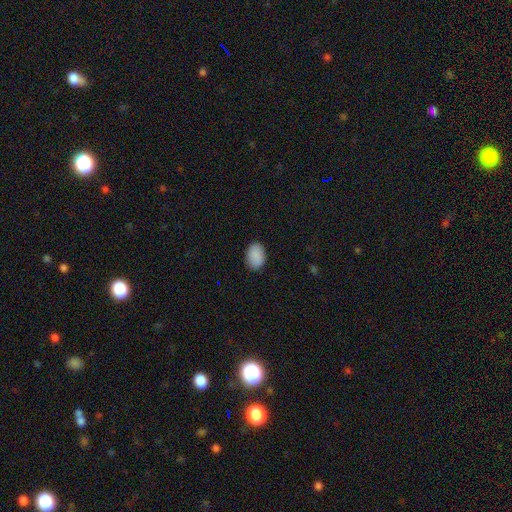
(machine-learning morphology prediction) smooth-or-featured: smooth: 90% | star or artifact: 7% | featured or disk: 3%
  how-rounded: in between: 84% | round: 14% | cigar-shaped: 1%
  merging: none: 88% | minor disturbance: 9% | major disturbance: 2% | merger: 1%